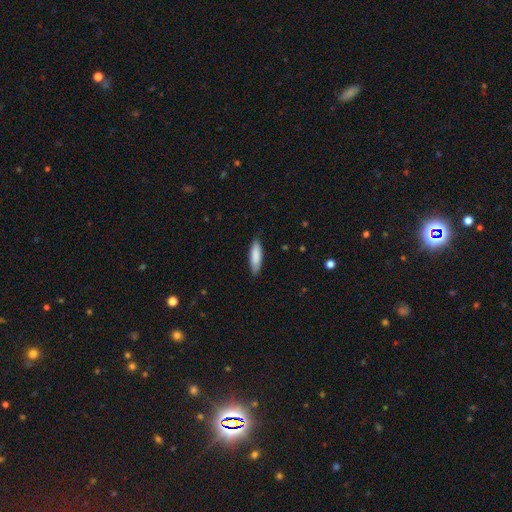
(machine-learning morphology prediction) This is clearly a smooth galaxy (87%). How rounded: possibly cigar-shaped (56%). Merging: clearly none (86%).